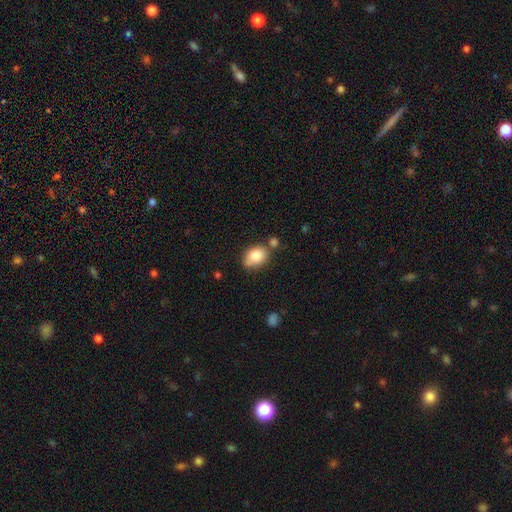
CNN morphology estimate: smooth 83%, featured or disk 9%, star or artifact 8%. Down the decision tree: how rounded — in between (69%); merging — none (59%).